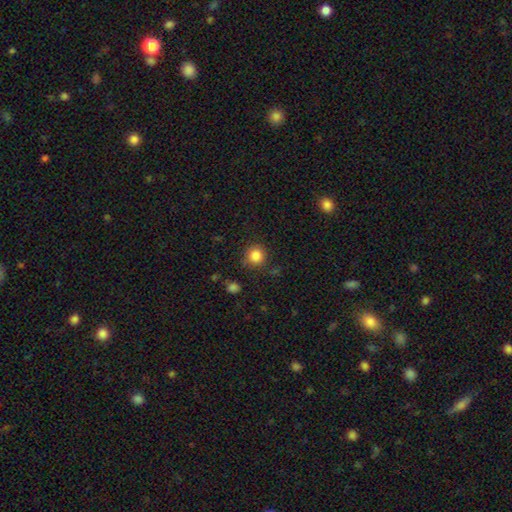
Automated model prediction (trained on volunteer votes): smooth-or-featured: smooth: 85% | star or artifact: 11% | featured or disk: 4%
  how-rounded: round: 92% | in between: 7% | cigar-shaped: 1%
  merging: none: 84% | minor disturbance: 10% | major disturbance: 3% | merger: 2%